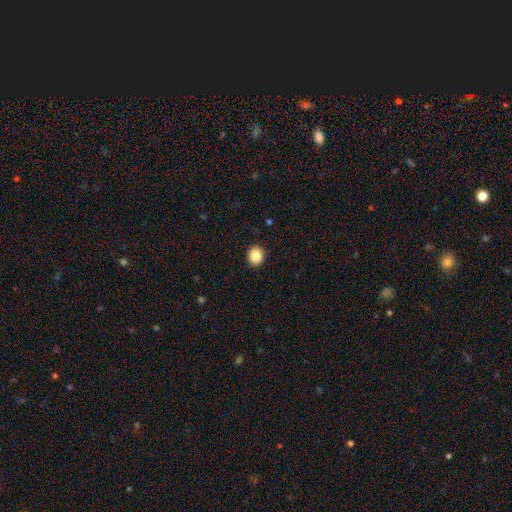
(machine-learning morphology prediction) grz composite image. It shows a smooth galaxy with no disk features (86%) that is round (67%). Merging: none (91%).